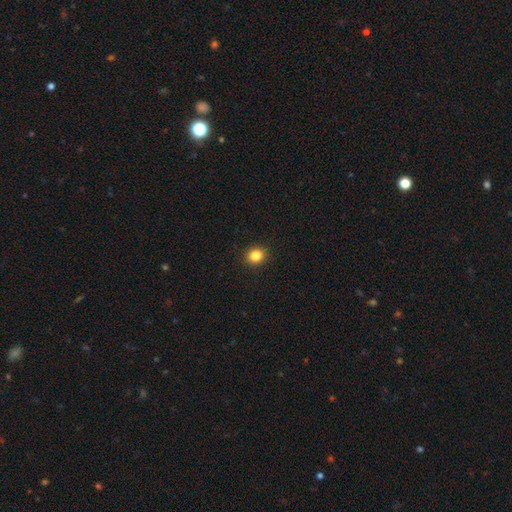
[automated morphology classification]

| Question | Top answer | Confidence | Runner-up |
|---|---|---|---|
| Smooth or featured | smooth | 85% | star or artifact (11%) |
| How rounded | round | 72% | in between (27%) |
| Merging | none | 92% | minor disturbance (5%) |